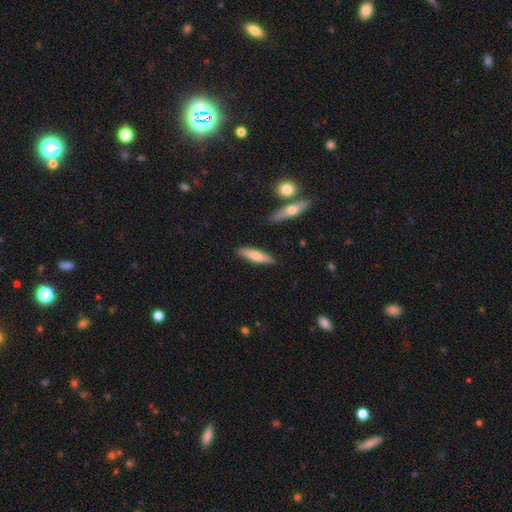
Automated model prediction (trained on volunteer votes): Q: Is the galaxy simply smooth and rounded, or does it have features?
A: smooth — 64%.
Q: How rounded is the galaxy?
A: cigar-shaped — 74%.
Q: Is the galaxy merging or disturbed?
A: none — 86%.